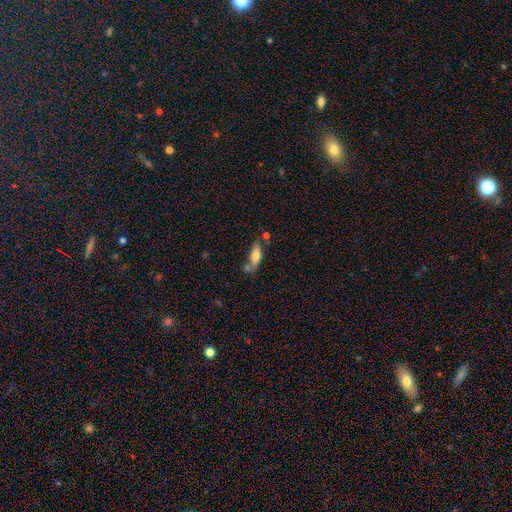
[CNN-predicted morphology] Smooth or featured? Predicted: smooth (p=0.69). How rounded? Predicted: in between (p=0.63). Merging? Predicted: none (p=0.54).